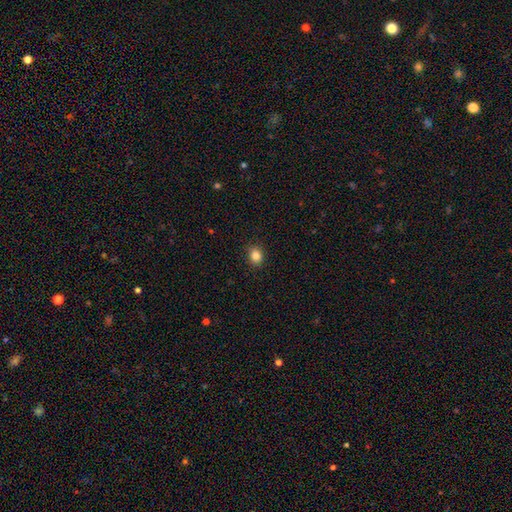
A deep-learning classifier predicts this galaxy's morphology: The model was most divided on "how rounded": round: 59%, in between: 40%, cigar-shaped: 1%. More confident: merging — none (90%); smooth or featured — smooth (84%).